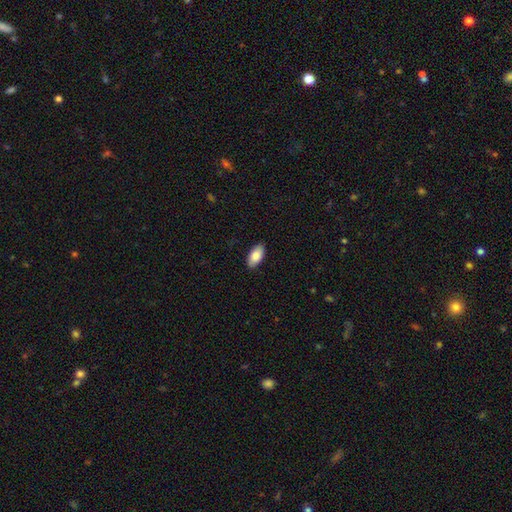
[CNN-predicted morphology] type=smooth (84%); roundness=in between (94%); merging=none (89%).